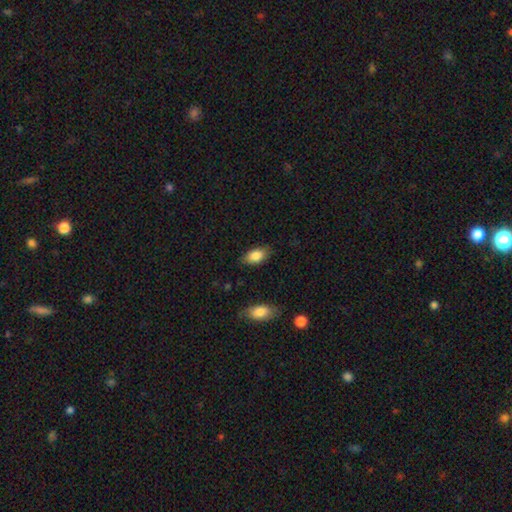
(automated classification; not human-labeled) Morphology: type=smooth (85%); roundness=in between (91%); merging=none (82%).